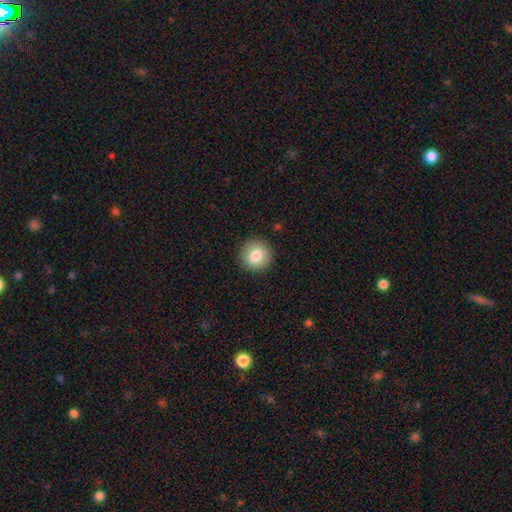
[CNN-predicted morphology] A smooth galaxy with no disk features (82%) that is round (94%). Merging: none (91%).